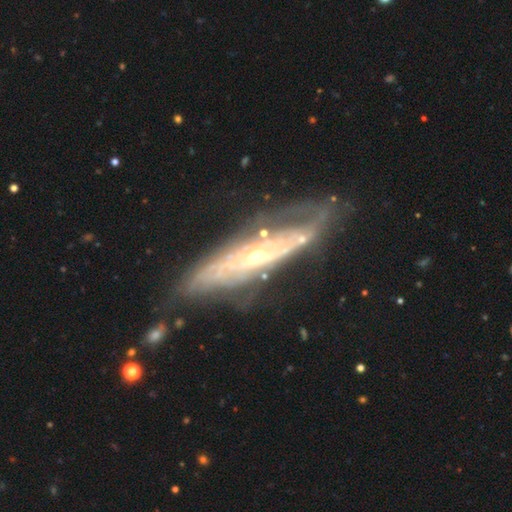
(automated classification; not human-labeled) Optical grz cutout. It shows a featured or disk galaxy (81%) with no bar (69%), spiral arms (80%) and a small central bulge (76%). Merging: none (65%).